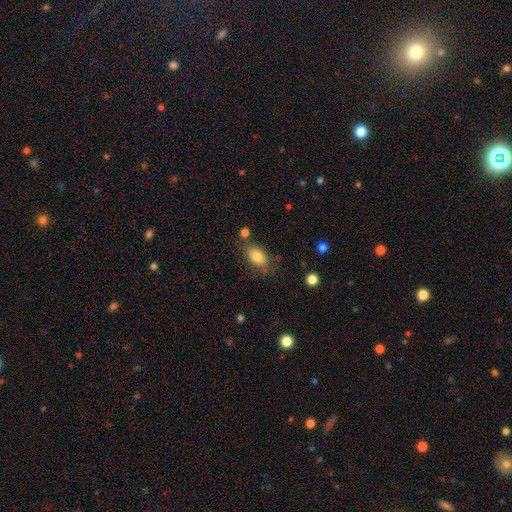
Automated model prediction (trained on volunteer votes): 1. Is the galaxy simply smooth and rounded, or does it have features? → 80% smooth, 12% featured or disk, 9% star or artifact.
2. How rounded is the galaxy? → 88% in between, 9% round, 3% cigar-shaped.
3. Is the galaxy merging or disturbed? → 72% none, 17% minor disturbance, 5% major disturbance, 5% merger.